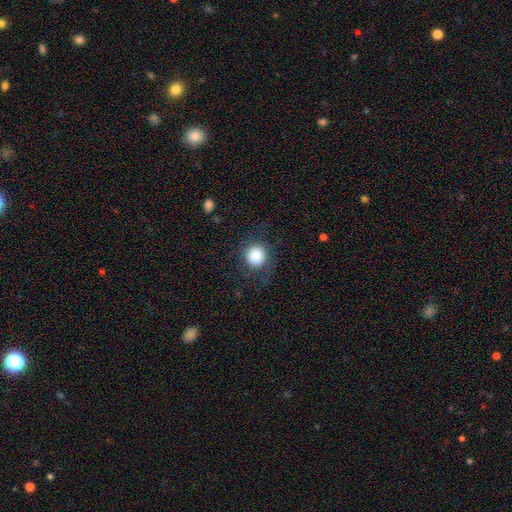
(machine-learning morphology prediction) A smooth galaxy with no disk features (85%) that is round (91%).

Vote fractions:
- Smooth or featured? smooth: 85% / star or artifact: 8% / featured or disk: 7%
- How rounded? round: 91% / in between: 8% / cigar-shaped: 1%
- Merging? none: 78% / minor disturbance: 13% / major disturbance: 8% / merger: 1%